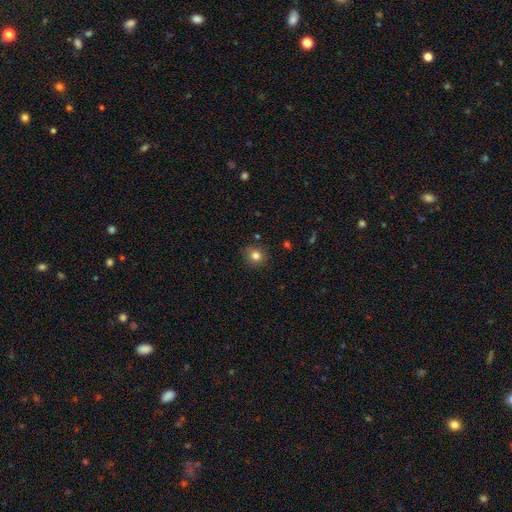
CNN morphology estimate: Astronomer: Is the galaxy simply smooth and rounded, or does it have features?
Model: smooth — 82%.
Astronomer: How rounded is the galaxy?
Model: round — 86%.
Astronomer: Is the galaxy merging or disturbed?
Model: none — 85%.